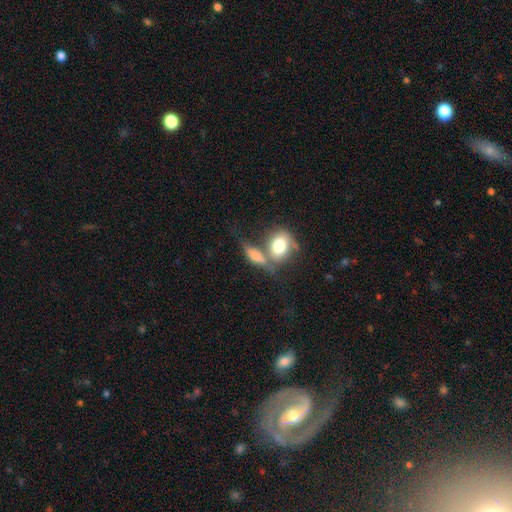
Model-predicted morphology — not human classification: A smooth galaxy with no disk features (70%) that is in between round and cigar-shaped (67%).

Vote fractions:
- Smooth or featured? smooth: 70% / featured or disk: 21% / star or artifact: 8%
- How rounded? in between: 67% / cigar-shaped: 17% / round: 17%
- Merging? merger: 45% / none: 33% / minor disturbance: 13% / major disturbance: 9%